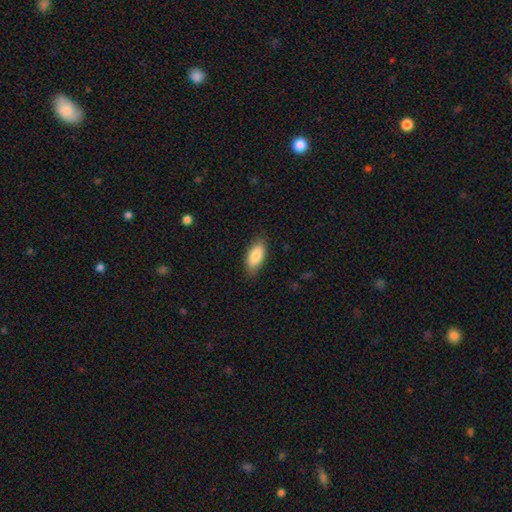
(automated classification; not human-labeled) smooth 84%, featured or disk 10%, star or artifact 6%. Down the decision tree: how rounded — in between (90%); merging — none (82%).